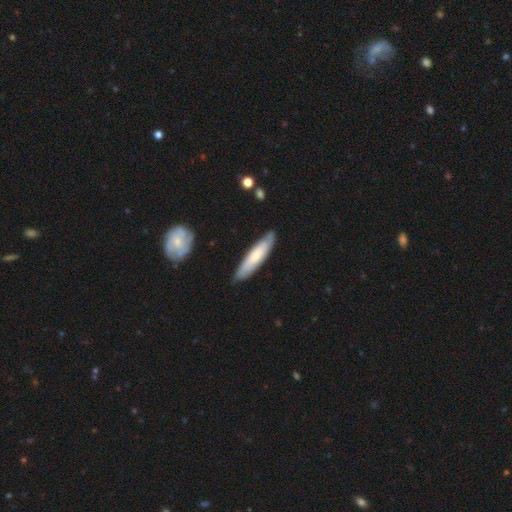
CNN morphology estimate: Smooth or featured: smooth — 54% (featured or disk — 41%)
How rounded: cigar-shaped — 75% (in between — 24%)
Merging: none — 80% (minor disturbance — 16%)